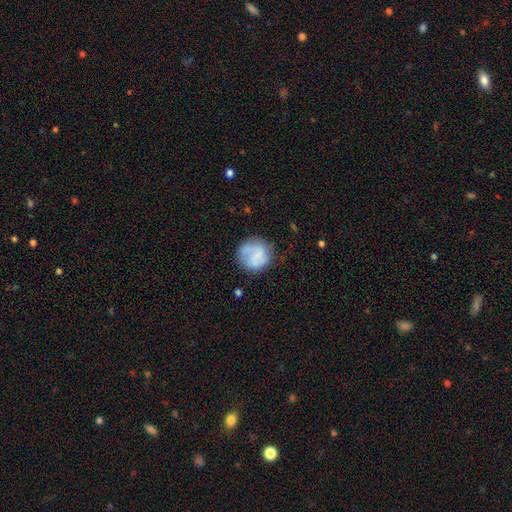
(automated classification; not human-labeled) A smooth galaxy with no disk features (69%) that is round (87%).

Vote fractions:
- Smooth or featured? smooth: 69% / featured or disk: 24% / star or artifact: 7%
- How rounded? round: 87% / in between: 12% / cigar-shaped: 1%
- Merging? none: 62% / minor disturbance: 22% / major disturbance: 12% / merger: 4%